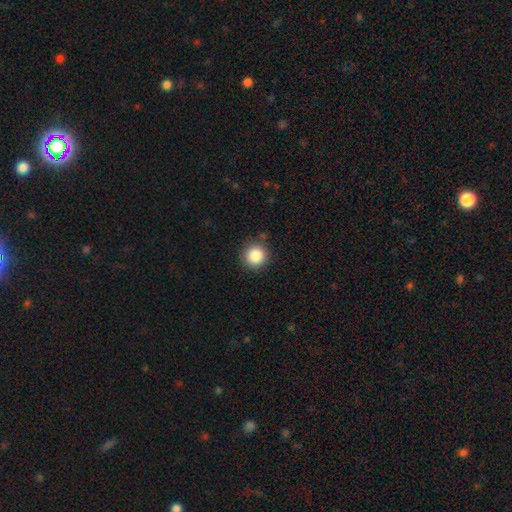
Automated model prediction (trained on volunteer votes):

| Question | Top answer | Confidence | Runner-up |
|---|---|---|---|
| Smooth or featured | smooth | 87% | star or artifact (10%) |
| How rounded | round | 95% | in between (4%) |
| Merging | none | 89% | minor disturbance (7%) |